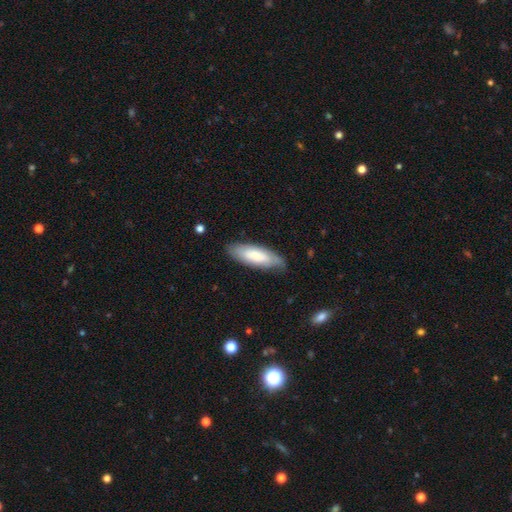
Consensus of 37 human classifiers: A smooth galaxy with no disk features (70%) that is in between round and cigar-shaped (73%).

Vote fractions:
- Smooth or featured? smooth: 70% / featured or disk: 30% / star or artifact: 0%
- How rounded? in between: 73% / cigar-shaped: 27% / round: 0%
- Merging? none: 89% / minor disturbance: 8% / major disturbance: 3% / merger: 0%